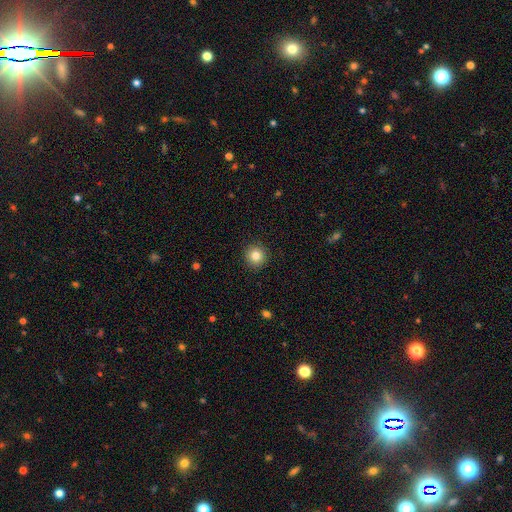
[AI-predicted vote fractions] This is clearly a smooth galaxy (83%). How rounded: clearly round (95%). Merging: clearly none (92%).